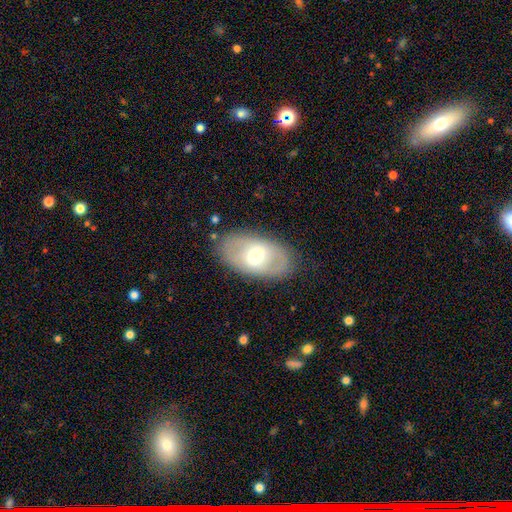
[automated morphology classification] type=smooth (49%); merging=none (82%).